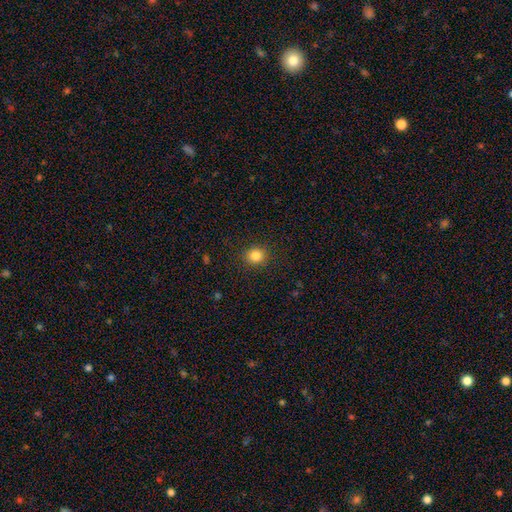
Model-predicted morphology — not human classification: This is clearly a smooth galaxy (84%). How rounded: clearly round (84%). Merging: clearly none (90%).